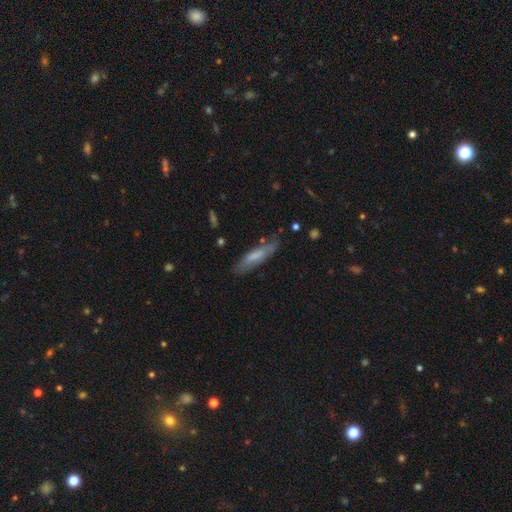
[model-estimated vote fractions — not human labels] Smooth or featured? smooth (63%)
How rounded? cigar-shaped (72%)
Merging? none (68%)